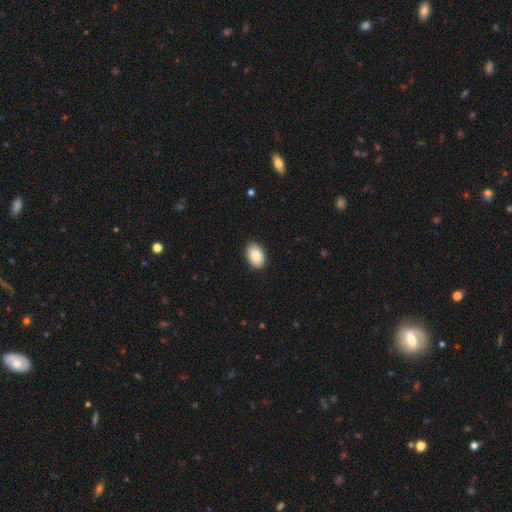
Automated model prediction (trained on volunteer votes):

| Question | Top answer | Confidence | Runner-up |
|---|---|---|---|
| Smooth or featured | smooth | 87% | featured or disk (7%) |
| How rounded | in between | 90% | round (8%) |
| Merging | none | 90% | minor disturbance (7%) |